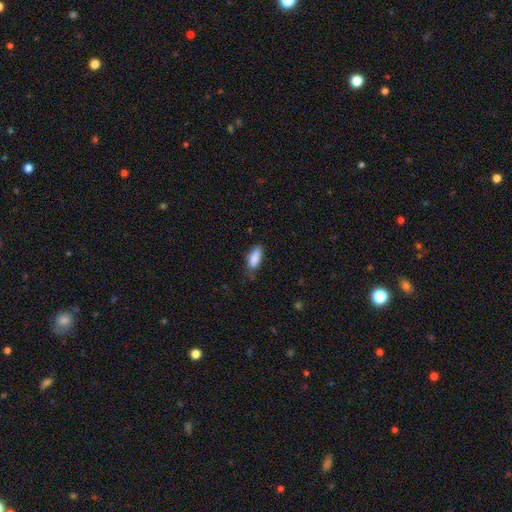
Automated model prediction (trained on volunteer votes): Q: Smooth or featured?
A: smooth (88%); runner-up: star or artifact (7%)
Q: How rounded?
A: in between (80%); runner-up: cigar-shaped (18%)
Q: Merging?
A: none (66%); runner-up: minor disturbance (27%)